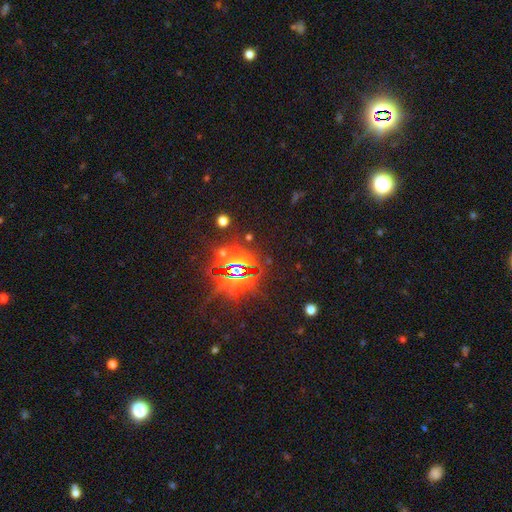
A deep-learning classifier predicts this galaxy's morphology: star or artifact 86%, smooth 8%, featured or disk 6%.